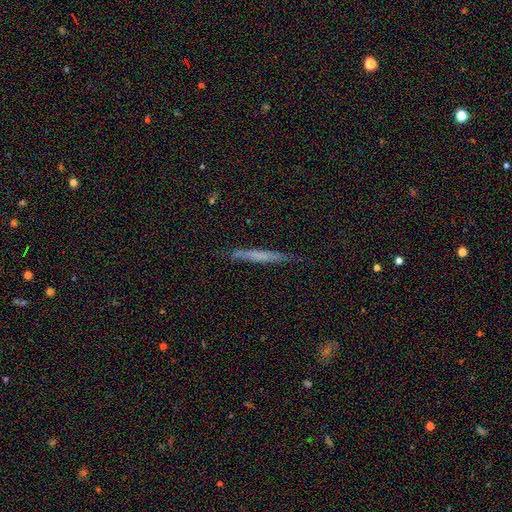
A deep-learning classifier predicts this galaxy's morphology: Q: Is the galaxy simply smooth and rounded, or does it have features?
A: smooth — 45%.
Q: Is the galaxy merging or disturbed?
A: none — 86%.